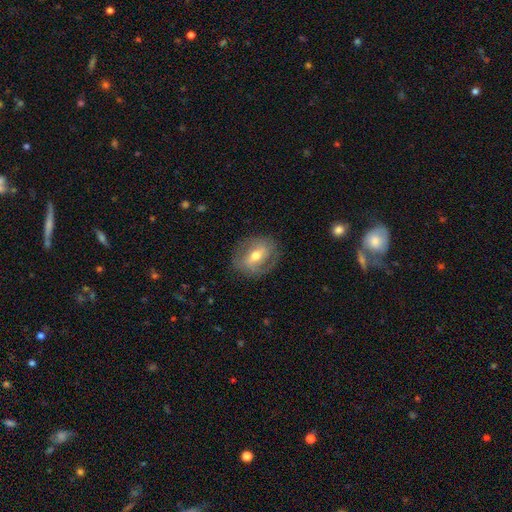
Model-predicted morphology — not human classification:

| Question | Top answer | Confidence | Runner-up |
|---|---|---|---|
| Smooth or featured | featured or disk | 65% | smooth (27%) |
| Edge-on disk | no | 94% | yes (6%) |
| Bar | weak | 43% | strong (34%) |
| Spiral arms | yes | 70% | no (30%) |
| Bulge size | moderate | 72% | small (20%) |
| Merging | none | 78% | minor disturbance (15%) |